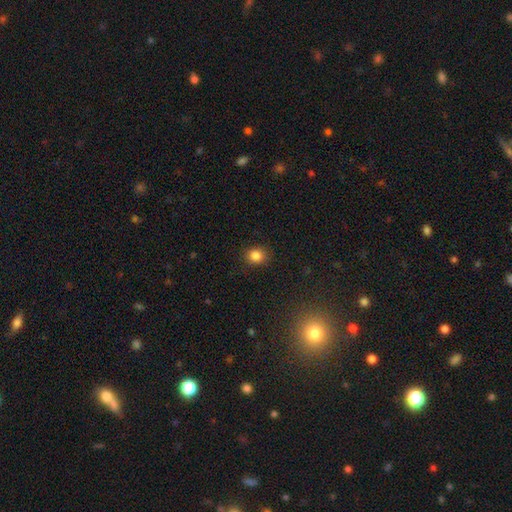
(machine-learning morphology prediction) This is clearly a smooth galaxy (84%). How rounded: likely round (70%). Merging: clearly none (88%).